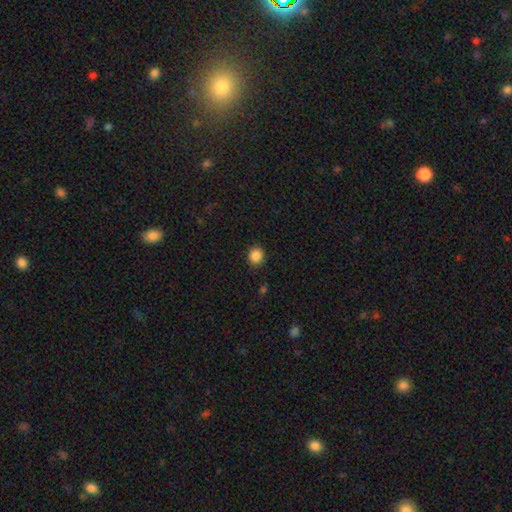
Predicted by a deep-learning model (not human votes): Morphology: type=smooth (87%); roundness=round (85%); merging=none (90%).